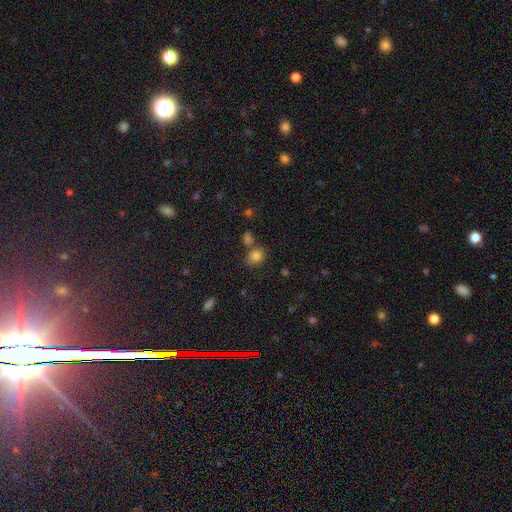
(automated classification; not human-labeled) smooth 82%, star or artifact 12%, featured or disk 6%. Down the decision tree: how rounded — round (68%); merging — none (62%).